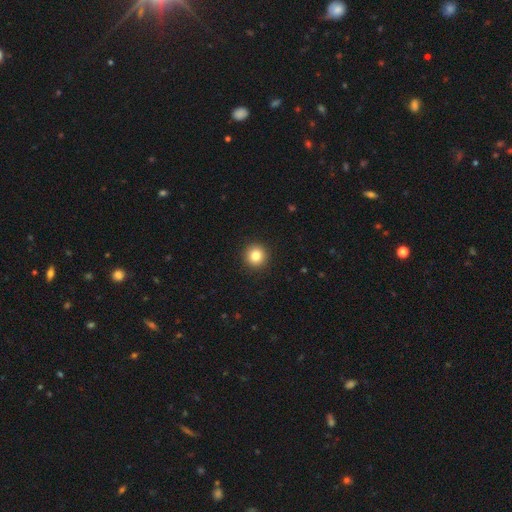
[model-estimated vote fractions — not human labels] smooth-or-featured: smooth: 84% | star or artifact: 10% | featured or disk: 6%
  how-rounded: round: 95% | in between: 4% | cigar-shaped: 1%
  merging: none: 93% | minor disturbance: 5% | major disturbance: 2% | merger: 1%